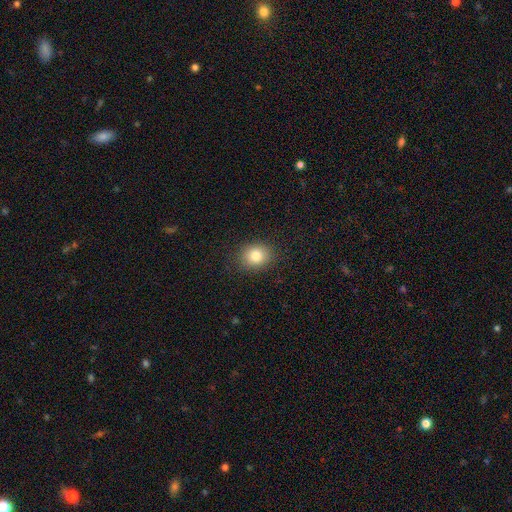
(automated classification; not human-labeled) Smooth or featured? Predicted: smooth (p=0.80). How rounded? Predicted: round (p=0.64). Merging? Predicted: none (p=0.88).